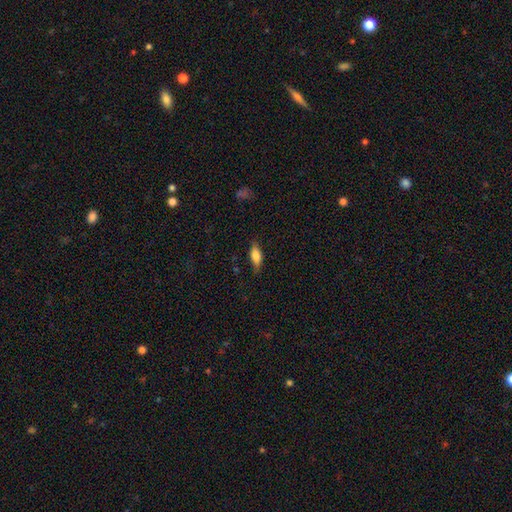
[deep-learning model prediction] Smooth or featured?
  - smooth: 79% *
  - featured or disk: 14%
  - star or artifact: 7%
How rounded?
  - in between: 76% *
  - cigar-shaped: 21%
  - round: 3%
Merging?
  - none: 77% *
  - minor disturbance: 18%
  - major disturbance: 4%
  - merger: 1%